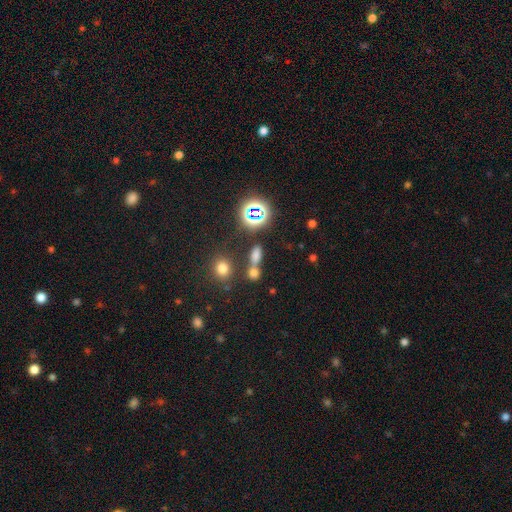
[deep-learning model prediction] smooth-or-featured: smooth: 59% | star or artifact: 31% | featured or disk: 9%
  how-rounded: in between: 59% | round: 25% | cigar-shaped: 16%
  merging: none: 50% | merger: 35% | minor disturbance: 10% | major disturbance: 5%